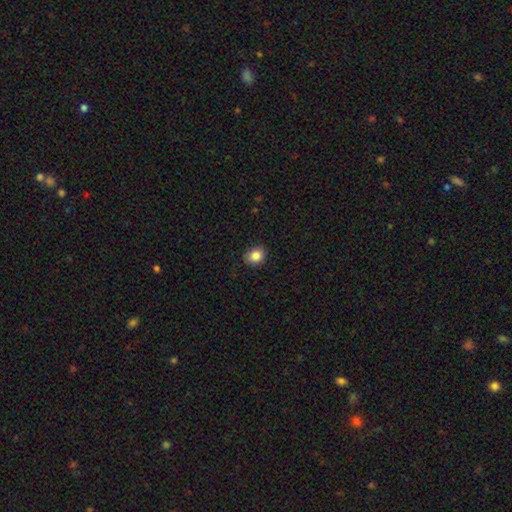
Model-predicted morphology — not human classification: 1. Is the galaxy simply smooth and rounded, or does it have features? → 85% smooth, 10% star or artifact, 6% featured or disk.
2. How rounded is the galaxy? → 55% round, 45% in between, 1% cigar-shaped.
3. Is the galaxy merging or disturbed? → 85% none, 12% minor disturbance, 2% major disturbance, 1% merger.